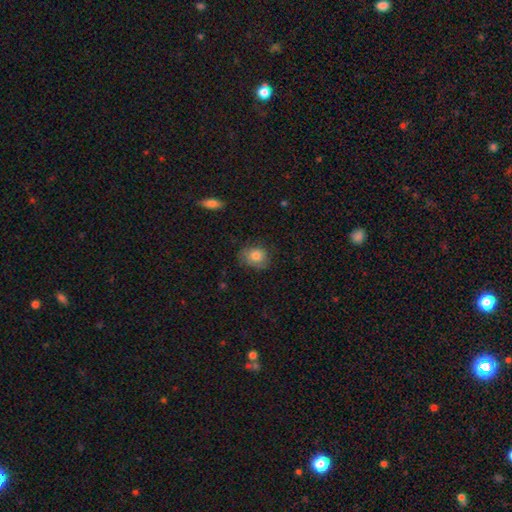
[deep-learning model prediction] Smooth or featured?
  - smooth: 79% *
  - featured or disk: 13%
  - star or artifact: 8%
How rounded?
  - round: 60% *
  - in between: 39%
  - cigar-shaped: 1%
Merging?
  - none: 68% *
  - minor disturbance: 24%
  - major disturbance: 7%
  - merger: 1%